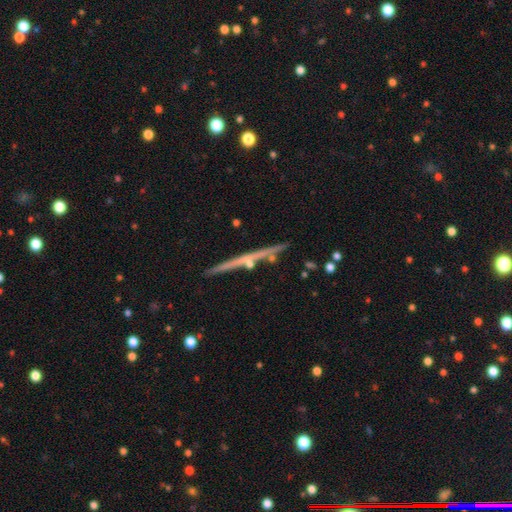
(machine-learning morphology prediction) Q: Smooth or featured?
A: featured or disk (68%); runner-up: smooth (25%)
Q: Edge-on disk?
A: yes (97%); runner-up: no (3%)
Q: Edge-on bulge?
A: none (65%); runner-up: rounded (30%)
Q: Merging?
A: none (85%); runner-up: minor disturbance (9%)